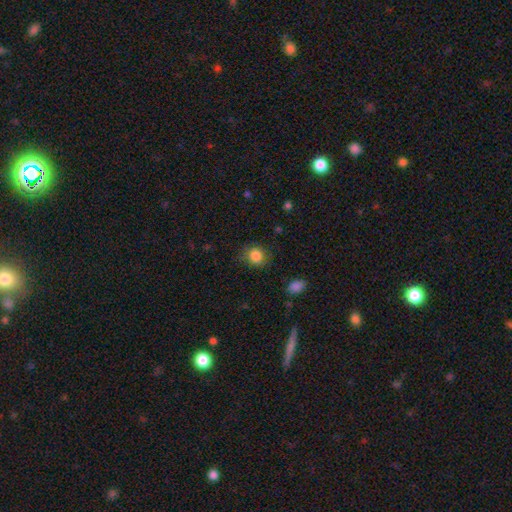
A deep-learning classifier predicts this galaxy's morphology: smooth_or_featured: smooth (p=0.85) [alt: star or artifact p=0.10]
how_rounded: round (p=0.78) [alt: in between p=0.21]
merging: none (p=0.79) [alt: minor disturbance p=0.15]